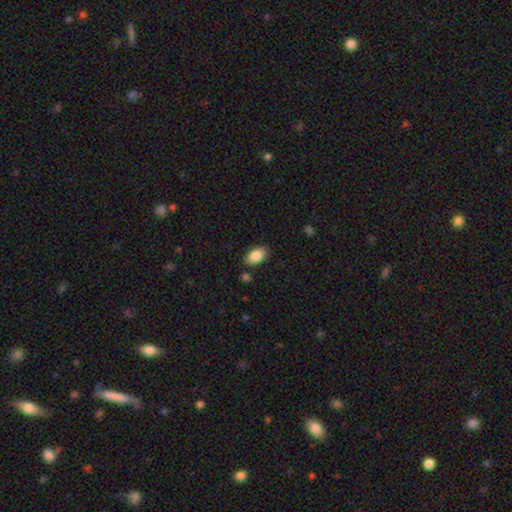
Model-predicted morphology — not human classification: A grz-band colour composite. It shows a smooth galaxy with no disk features (85%) that is in between round and cigar-shaped (92%). Merging: none (84%).